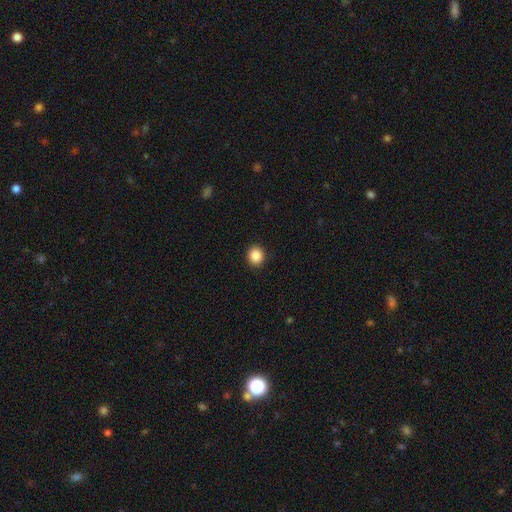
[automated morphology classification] type=smooth (88%); roundness=round (80%); merging=none (91%).